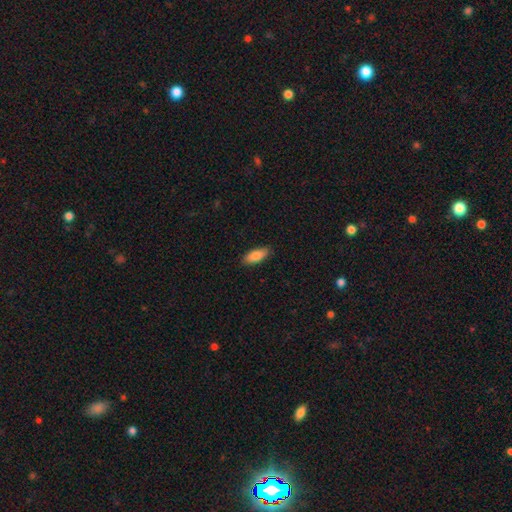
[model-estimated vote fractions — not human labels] smooth 85%, featured or disk 9%, star or artifact 6%. Down the decision tree: how rounded — in between (81%); merging — none (87%).